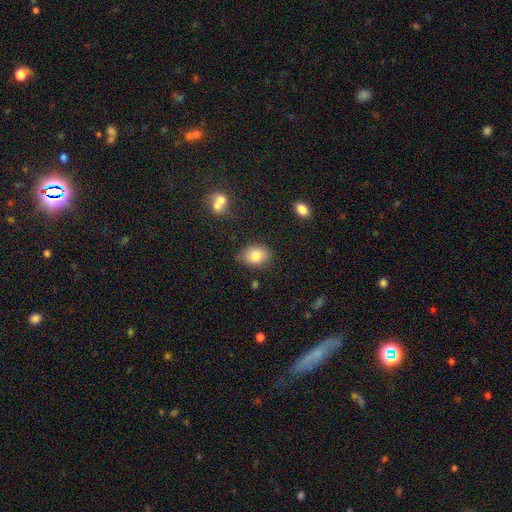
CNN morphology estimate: Smooth or featured? Predicted: smooth (p=0.82). How rounded? Predicted: in between (p=0.67). Merging? Predicted: none (p=0.78).